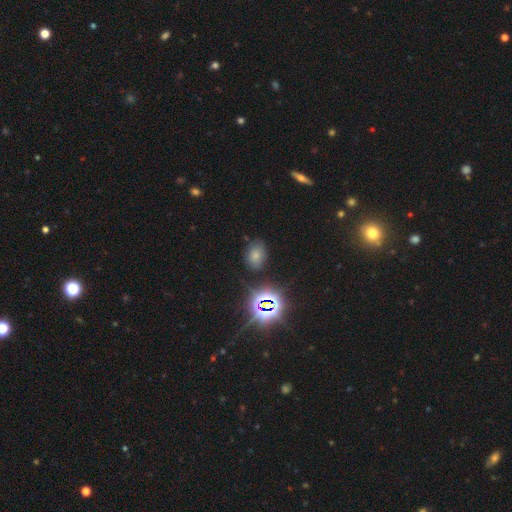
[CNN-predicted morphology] Smooth or featured? Predicted: smooth (p=0.63). How rounded? Predicted: in between (p=0.72). Merging? Predicted: none (p=0.78).